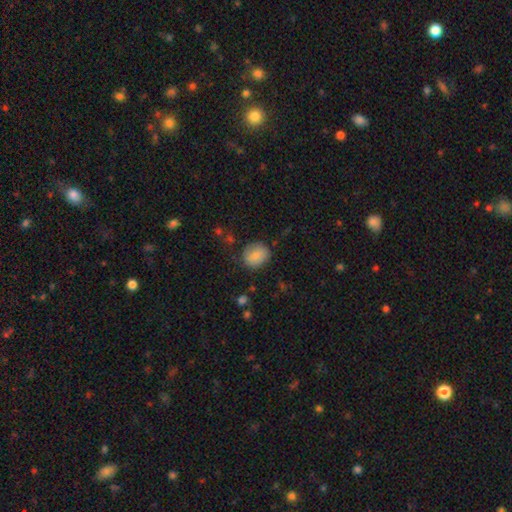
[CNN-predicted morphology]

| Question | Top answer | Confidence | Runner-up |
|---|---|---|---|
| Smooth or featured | smooth | 82% | featured or disk (10%) |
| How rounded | round | 68% | in between (31%) |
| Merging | none | 77% | minor disturbance (16%) |